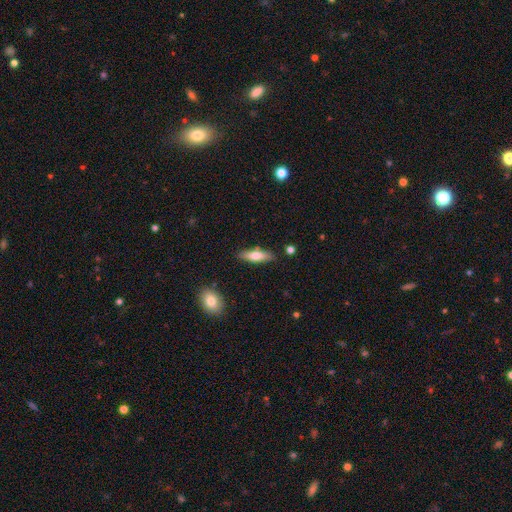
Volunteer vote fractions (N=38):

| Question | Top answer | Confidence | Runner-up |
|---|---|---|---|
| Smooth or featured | smooth | 76% | featured or disk (21%) |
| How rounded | in between | 52% | cigar-shaped (48%) |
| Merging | none | 81% | minor disturbance (11%) |